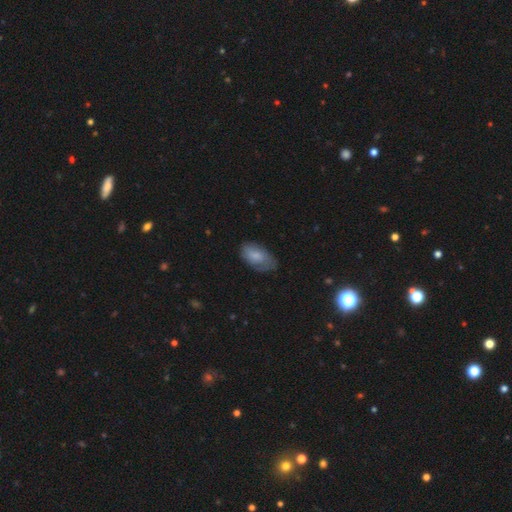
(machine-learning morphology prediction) smooth-or-featured: smooth: 71% | featured or disk: 22% | star or artifact: 7%
  how-rounded: in between: 93% | round: 4% | cigar-shaped: 2%
  merging: none: 58% | minor disturbance: 30% | major disturbance: 10% | merger: 1%